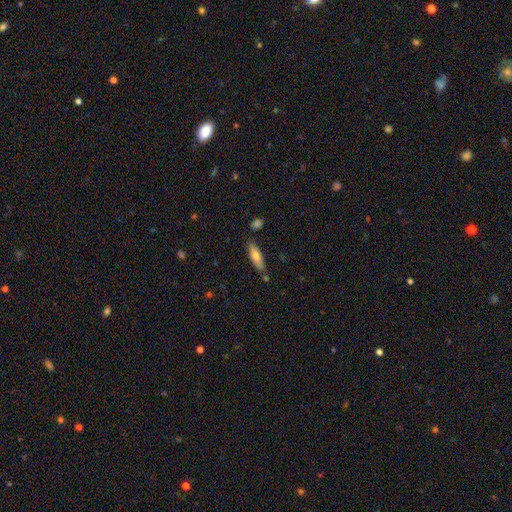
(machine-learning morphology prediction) Smooth or featured? smooth (66%)
How rounded? cigar-shaped (54%)
Merging? none (79%)